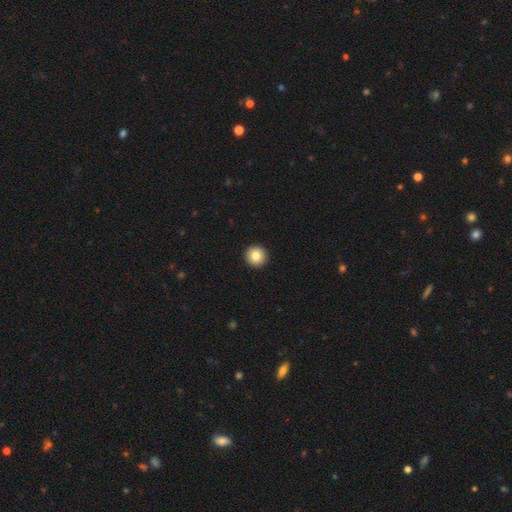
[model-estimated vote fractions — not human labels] Smooth or featured? Predicted: smooth (p=0.84). How rounded? Predicted: round (p=0.95). Merging? Predicted: none (p=0.94).